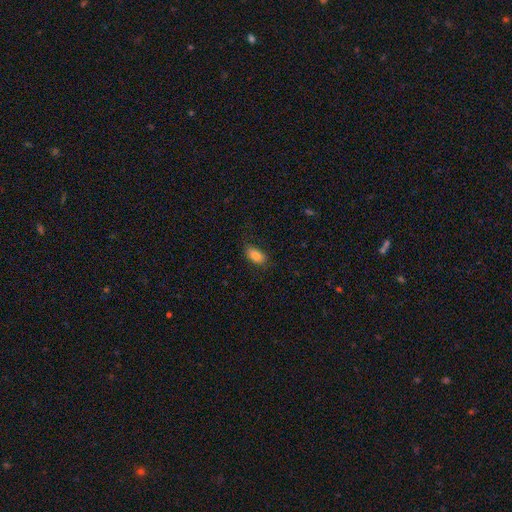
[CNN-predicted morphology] smooth 85%, star or artifact 8%, featured or disk 7%. Down the decision tree: how rounded — in between (91%); merging — none (78%).